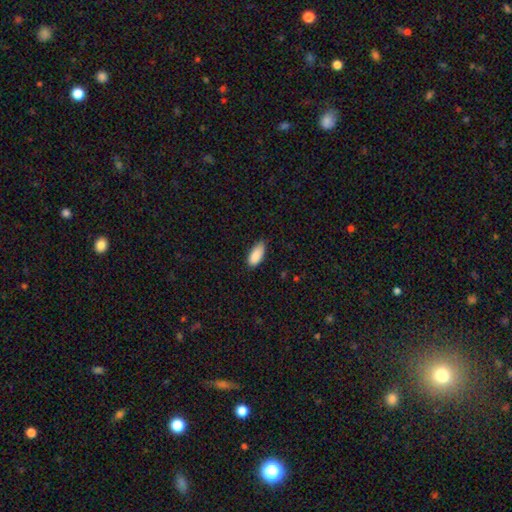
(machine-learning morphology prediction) Q: Smooth or featured?
A: smooth (89%); runner-up: star or artifact (7%)
Q: How rounded?
A: in between (88%); runner-up: cigar-shaped (10%)
Q: Merging?
A: none (69%); runner-up: minor disturbance (27%)